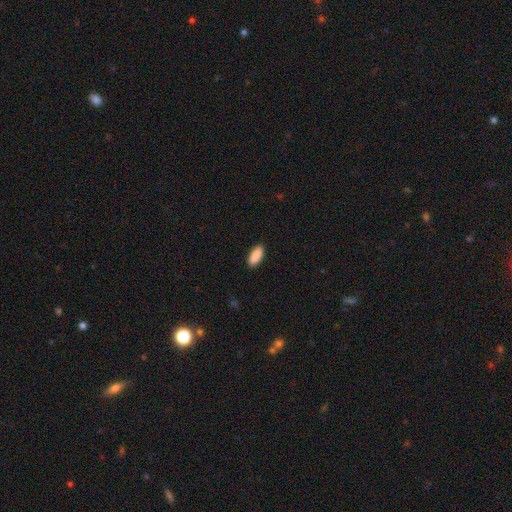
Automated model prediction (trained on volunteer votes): Smooth or featured?
  - smooth: 91% *
  - star or artifact: 6%
  - featured or disk: 3%
How rounded?
  - in between: 84% *
  - cigar-shaped: 14%
  - round: 2%
Merging?
  - none: 90% *
  - minor disturbance: 7%
  - major disturbance: 2%
  - merger: 1%